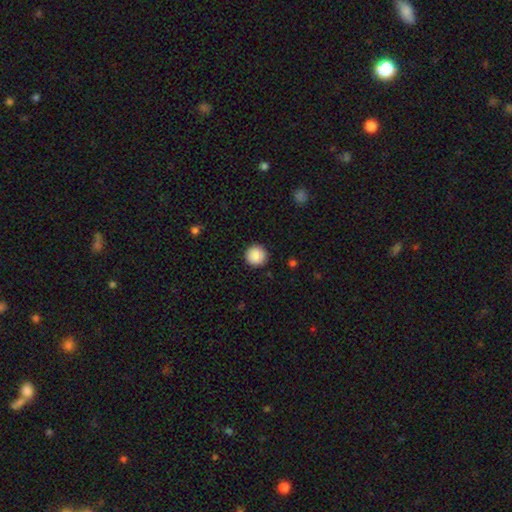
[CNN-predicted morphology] Smooth or featured?
  - smooth: 89% *
  - star or artifact: 8%
  - featured or disk: 3%
How rounded?
  - round: 96% *
  - in between: 3%
  - cigar-shaped: 1%
Merging?
  - none: 92% *
  - minor disturbance: 5%
  - major disturbance: 2%
  - merger: 1%